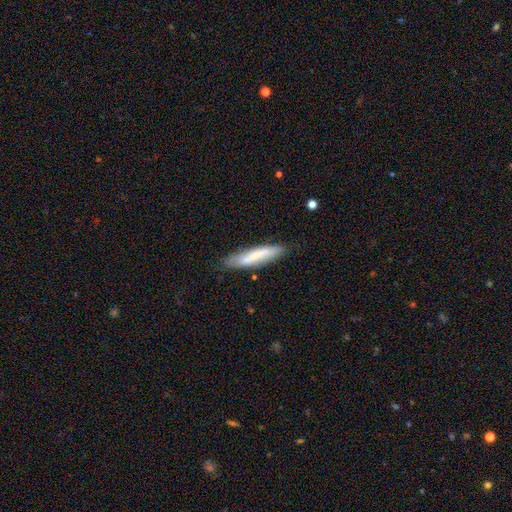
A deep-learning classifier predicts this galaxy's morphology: smooth 66%, featured or disk 27%, star or artifact 7%. Down the decision tree: how rounded — cigar-shaped (83%); merging — none (78%).